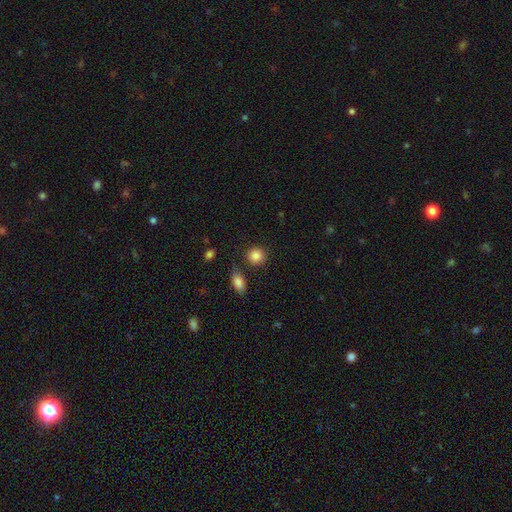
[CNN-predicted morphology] A smooth galaxy with no disk features (87%) that is round (86%). Merging: none (83%).